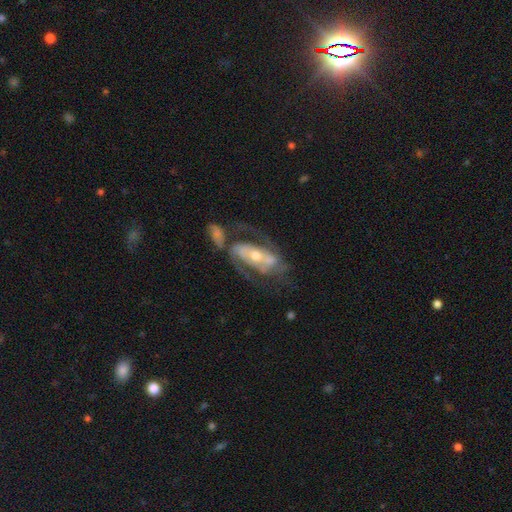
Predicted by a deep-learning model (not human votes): The model was most divided on "bar": strong: 37%, no: 36%, weak: 27%. Remaining: edge-on disk — no (92%); spiral arms — yes (84%); smooth or featured — featured or disk (82%); spiral arm count — 2 (78%); bulge size — moderate (53%); spiral winding — medium (44%); merging — none (40%).